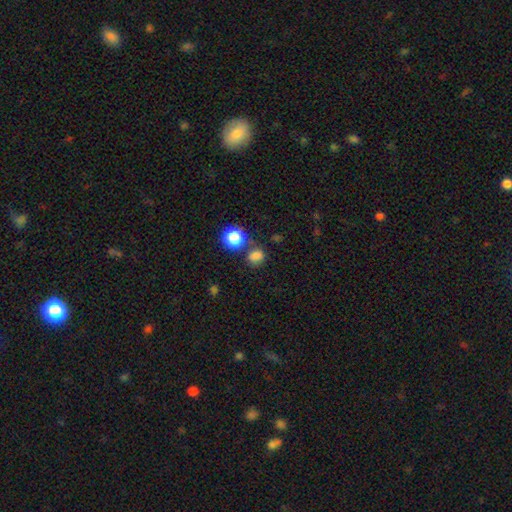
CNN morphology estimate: This appears to be a smooth galaxy with no disk features (78%) that is round (61%). Merging: none (63%).